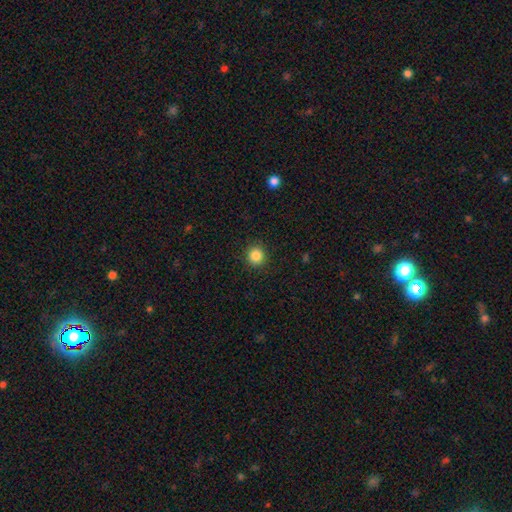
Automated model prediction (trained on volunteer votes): Smooth or featured?
  - smooth: 85% *
  - star or artifact: 11%
  - featured or disk: 4%
How rounded?
  - round: 93% *
  - in between: 6%
  - cigar-shaped: 1%
Merging?
  - none: 92% *
  - minor disturbance: 5%
  - major disturbance: 2%
  - merger: 1%